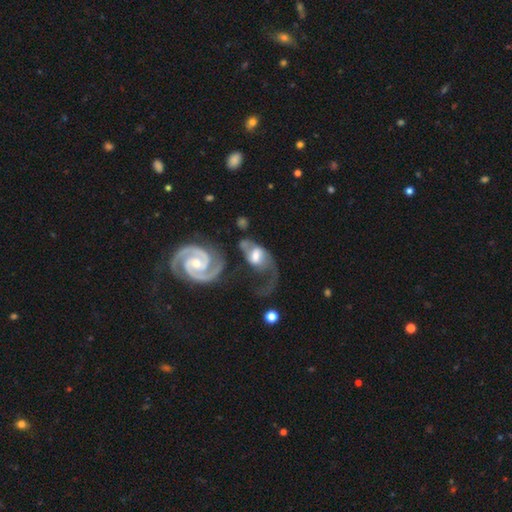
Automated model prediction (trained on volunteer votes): Smooth or featured? featured or disk (69%)
Edge-on disk? no (95%)
Bar? weak (45%)
Spiral arms? yes (85%)
Spiral winding? medium (43%)
Spiral arm count? 2 (74%)
Bulge size? moderate (56%)
Merging? major disturbance (31%)